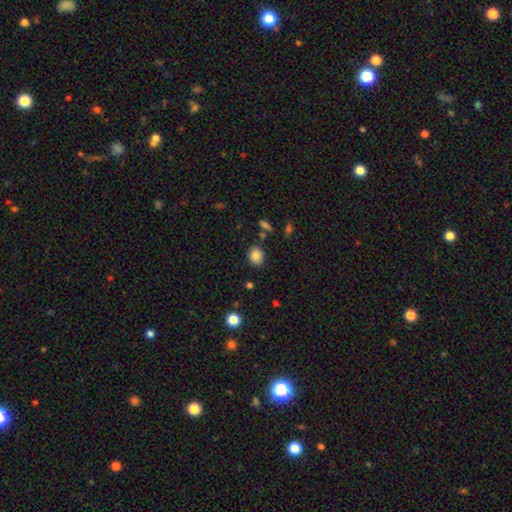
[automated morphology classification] The model was most divided on "how rounded": round: 63%, in between: 36%, cigar-shaped: 1%. More confident: smooth or featured — smooth (84%); merging — none (83%).